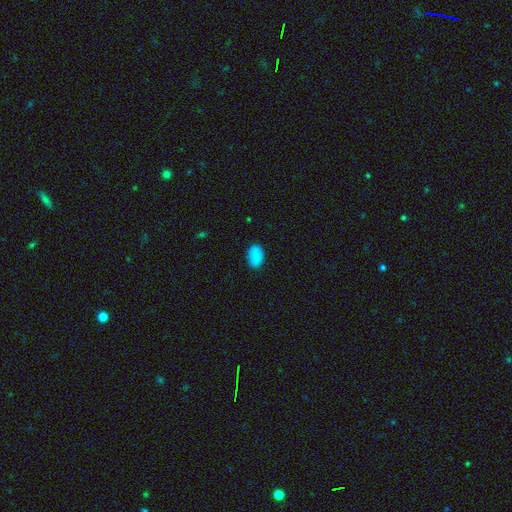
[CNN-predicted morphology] Smooth or featured: smooth — 87% (star or artifact — 8%)
How rounded: in between — 91% (round — 7%)
Merging: none — 85% (minor disturbance — 11%)